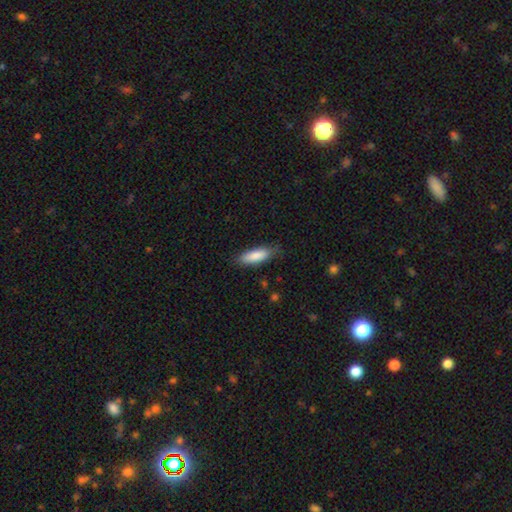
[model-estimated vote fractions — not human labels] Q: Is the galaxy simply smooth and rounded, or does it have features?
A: smooth — 85%.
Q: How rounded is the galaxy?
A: in between — 54%.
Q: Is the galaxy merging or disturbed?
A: none — 80%.